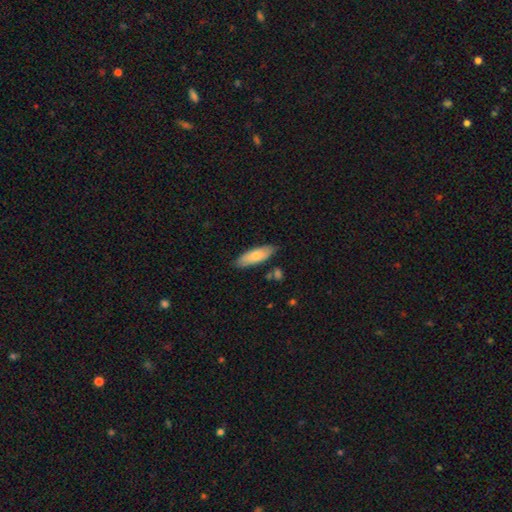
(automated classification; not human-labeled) Morphology: type=smooth (74%); roundness=in between (64%); merging=none (82%).